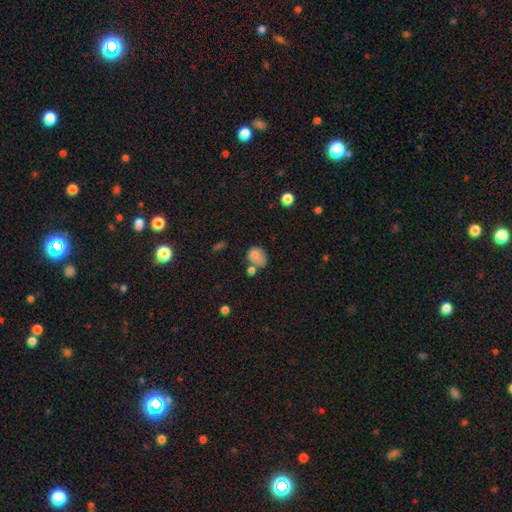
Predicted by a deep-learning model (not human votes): Smooth or featured: smooth — 75% (featured or disk — 15%)
How rounded: round — 53% (in between — 46%)
Merging: none — 44% (minor disturbance — 24%)